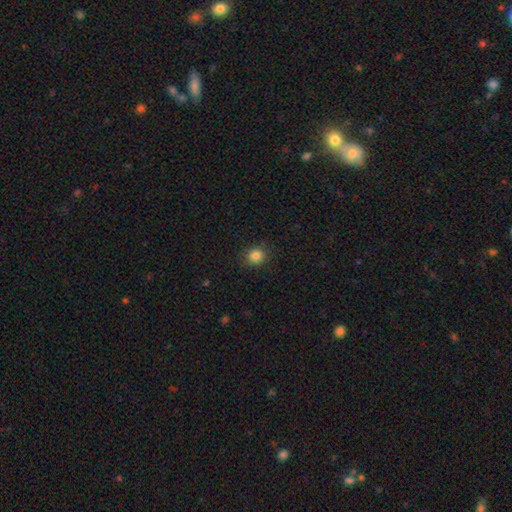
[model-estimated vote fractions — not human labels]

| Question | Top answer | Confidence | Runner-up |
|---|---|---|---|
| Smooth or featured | smooth | 84% | star or artifact (12%) |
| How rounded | round | 85% | in between (15%) |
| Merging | none | 88% | minor disturbance (8%) |